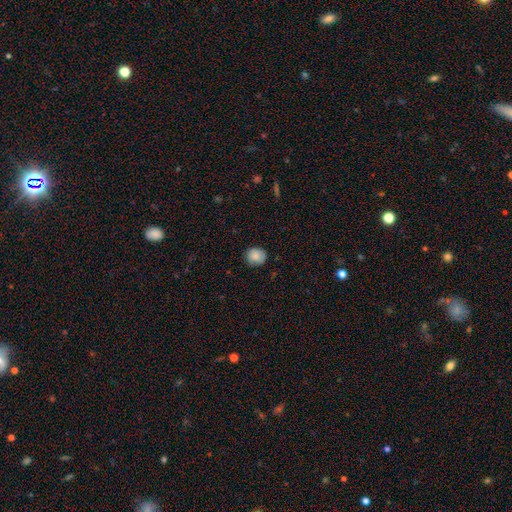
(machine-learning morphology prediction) This appears to be a smooth galaxy with no disk features (84%) that is round (80%). Merging: none (80%).